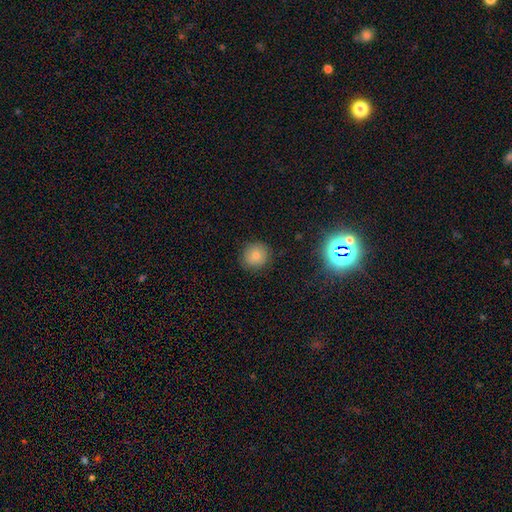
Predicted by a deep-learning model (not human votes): smooth_or_featured: smooth (p=0.77) [alt: featured or disk p=0.12]
how_rounded: round (p=0.90) [alt: in between p=0.09]
merging: none (p=0.85) [alt: minor disturbance p=0.11]